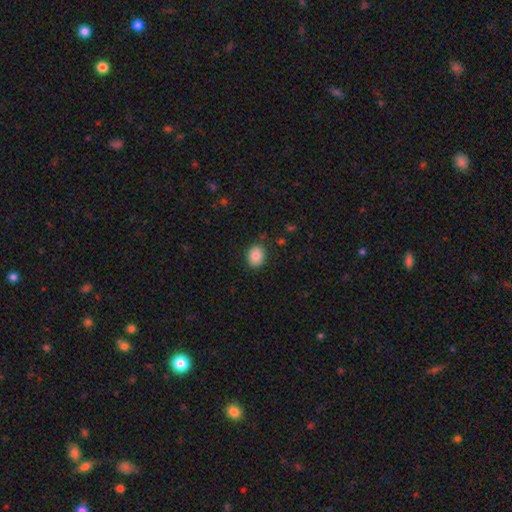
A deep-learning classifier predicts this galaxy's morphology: A smooth galaxy with no disk features (83%) that is round (58%).

Vote fractions:
- Smooth or featured? smooth: 83% / star or artifact: 9% / featured or disk: 8%
- How rounded? round: 58% / in between: 42% / cigar-shaped: 1%
- Merging? none: 87% / minor disturbance: 10% / major disturbance: 2% / merger: 1%